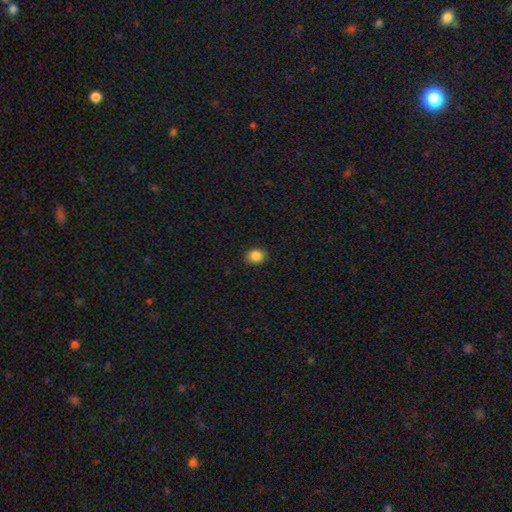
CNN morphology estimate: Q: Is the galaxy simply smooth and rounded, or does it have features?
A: smooth — 86%.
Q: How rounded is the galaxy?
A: round — 61%.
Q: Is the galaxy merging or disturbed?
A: none — 89%.